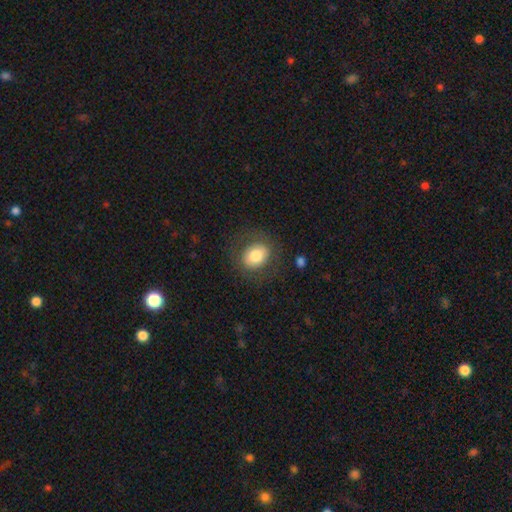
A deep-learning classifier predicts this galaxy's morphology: smooth-or-featured: smooth: 75% | featured or disk: 16% | star or artifact: 8%
  how-rounded: round: 61% | in between: 38% | cigar-shaped: 1%
  merging: none: 80% | minor disturbance: 11% | major disturbance: 7% | merger: 1%